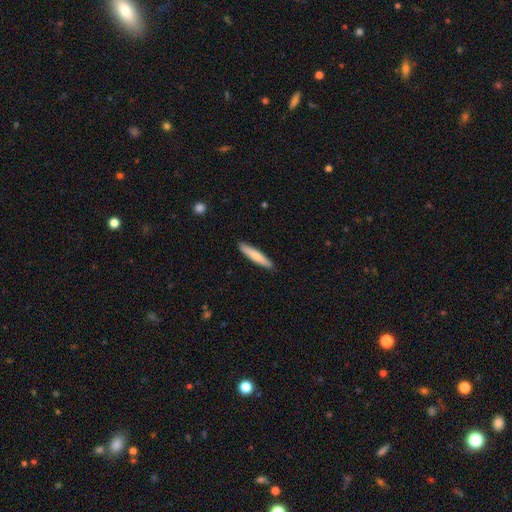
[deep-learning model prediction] Q: Smooth or featured?
A: smooth (73%); runner-up: featured or disk (22%)
Q: How rounded?
A: cigar-shaped (91%); runner-up: in between (8%)
Q: Merging?
A: none (91%); runner-up: minor disturbance (7%)